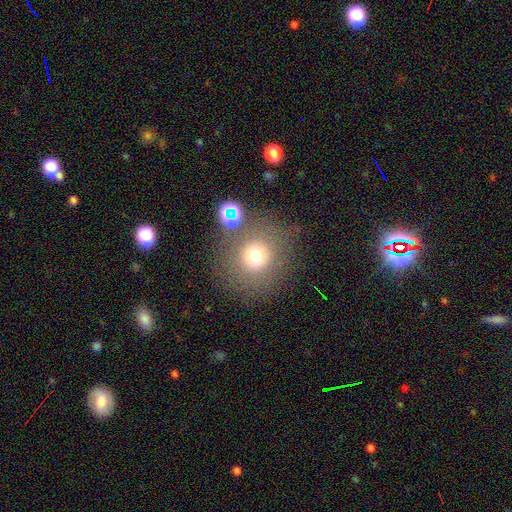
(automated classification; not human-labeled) Q: Smooth or featured?
A: smooth (71%); runner-up: star or artifact (16%)
Q: How rounded?
A: round (86%); runner-up: in between (13%)
Q: Merging?
A: none (74%); runner-up: minor disturbance (11%)